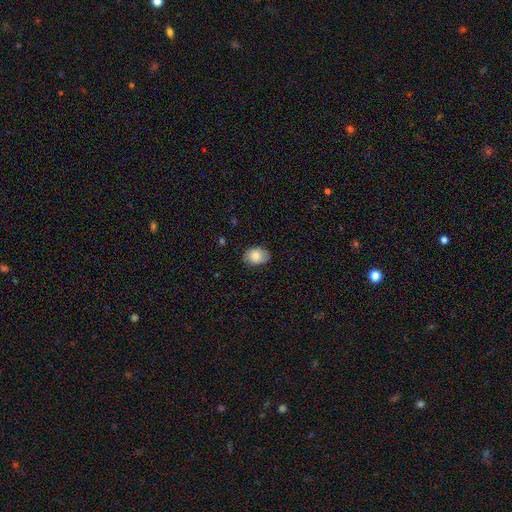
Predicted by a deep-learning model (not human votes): Morphology: type=smooth (79%); roundness=in between (74%); merging=none (79%).